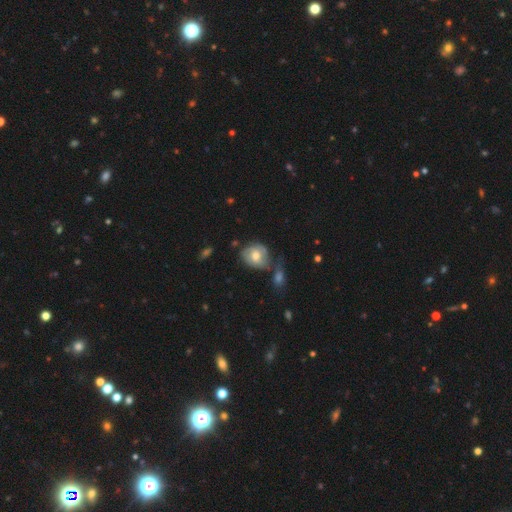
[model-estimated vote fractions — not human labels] The model was most divided on "smooth or featured": smooth: 50%, featured or disk: 42%, star or artifact: 8%. Remaining: how rounded — round (62%); merging — none (46%).